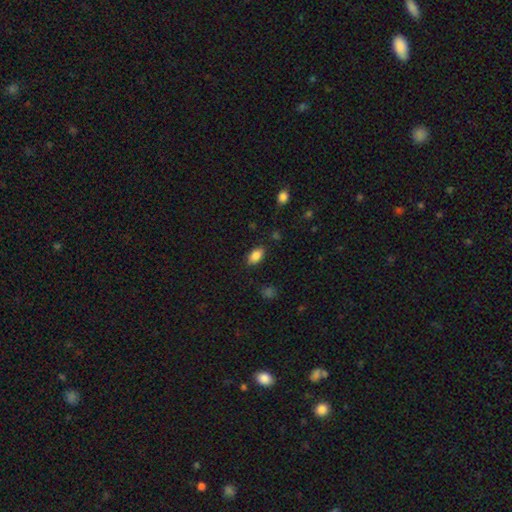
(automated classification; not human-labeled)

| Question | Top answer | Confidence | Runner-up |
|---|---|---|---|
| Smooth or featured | smooth | 86% | star or artifact (9%) |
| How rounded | in between | 91% | round (6%) |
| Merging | none | 85% | minor disturbance (11%) |